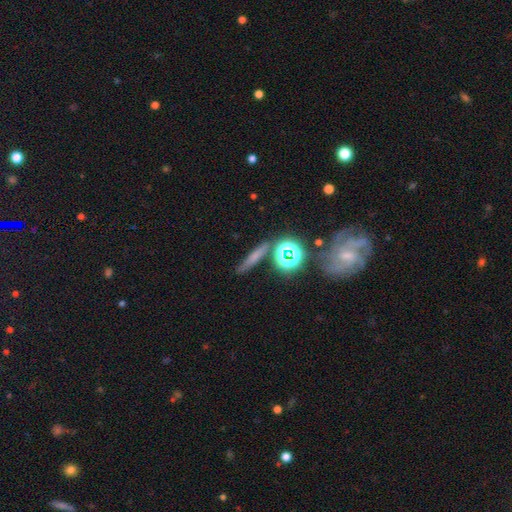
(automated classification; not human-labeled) Smooth or featured: smooth — 57% (star or artifact — 23%)
How rounded: cigar-shaped — 77% (round — 13%)
Merging: none — 80% (minor disturbance — 10%)